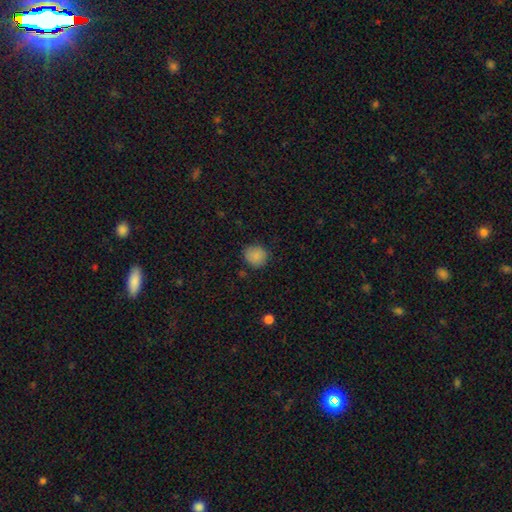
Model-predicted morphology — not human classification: A smooth galaxy with no disk features (86%) that is round (83%). Merging: none (82%).